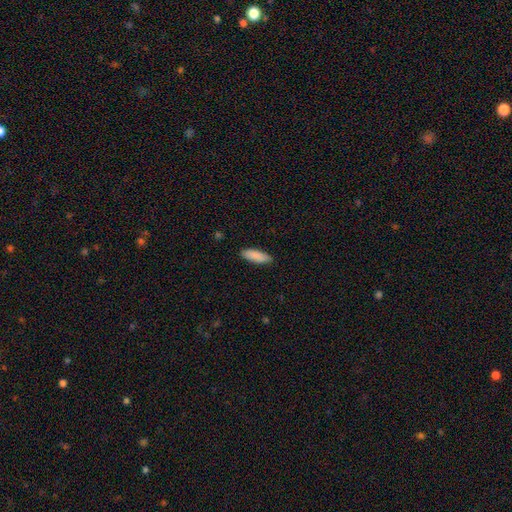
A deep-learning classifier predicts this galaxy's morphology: Smooth or featured?
  - smooth: 89% *
  - star or artifact: 6%
  - featured or disk: 5%
How rounded?
  - in between: 57% *
  - cigar-shaped: 41%
  - round: 1%
Merging?
  - none: 87% *
  - minor disturbance: 10%
  - major disturbance: 2%
  - merger: 1%